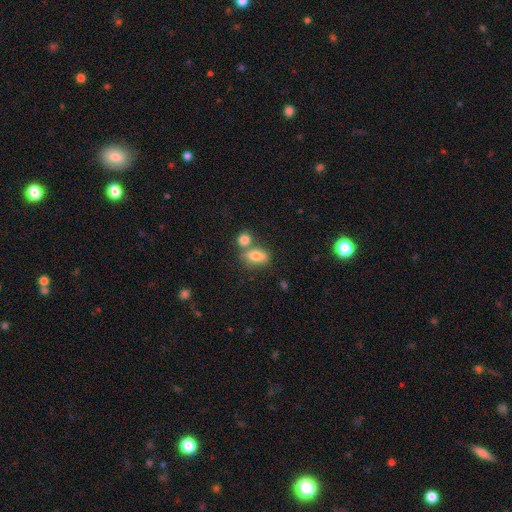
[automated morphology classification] Smooth or featured? Predicted: smooth (p=0.77). How rounded? Predicted: in between (p=0.79). Merging? Predicted: none (p=0.46).